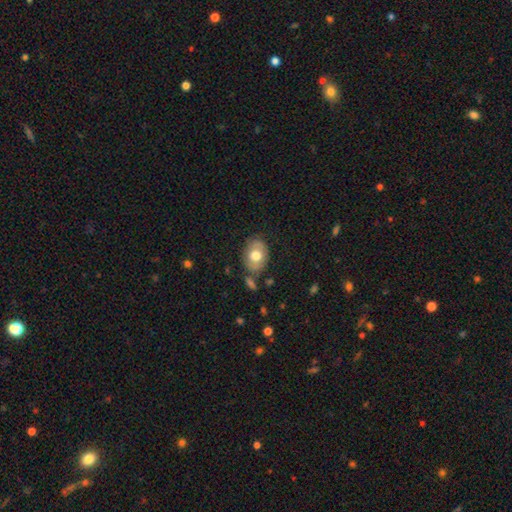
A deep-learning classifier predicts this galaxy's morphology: The model was most divided on "how rounded": in between: 68%, round: 31%, cigar-shaped: 1%. More confident: merging — none (70%); smooth or featured — smooth (66%).